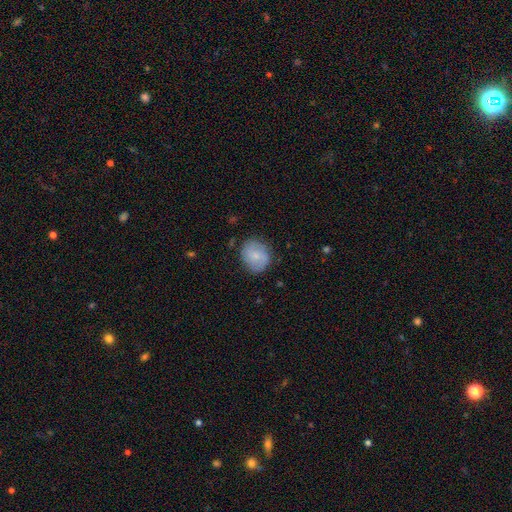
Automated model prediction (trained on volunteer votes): Q: Smooth or featured?
A: smooth (68%); runner-up: featured or disk (25%)
Q: How rounded?
A: round (71%); runner-up: in between (28%)
Q: Merging?
A: none (75%); runner-up: minor disturbance (18%)